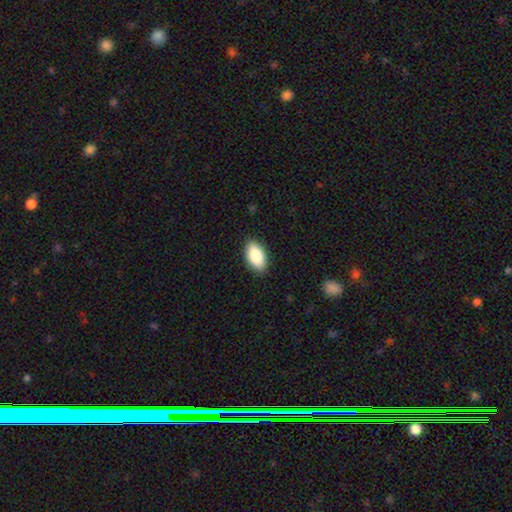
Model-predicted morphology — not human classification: A smooth galaxy with no disk features (86%) that is in between round and cigar-shaped (94%). Merging: none (89%).